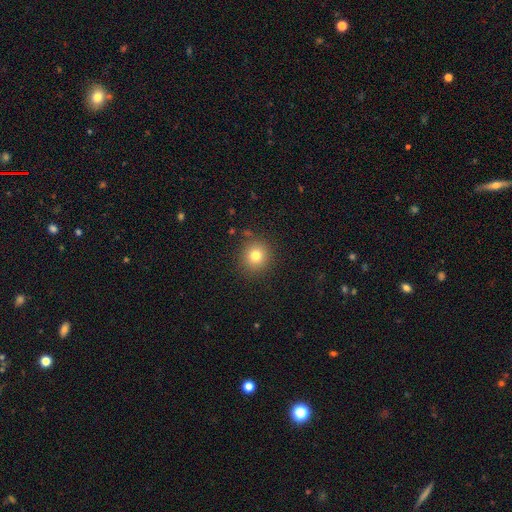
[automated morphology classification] Smooth or featured?
  - smooth: 78% *
  - star or artifact: 14%
  - featured or disk: 9%
How rounded?
  - round: 91% *
  - in between: 8%
  - cigar-shaped: 1%
Merging?
  - none: 88% *
  - minor disturbance: 8%
  - major disturbance: 3%
  - merger: 2%